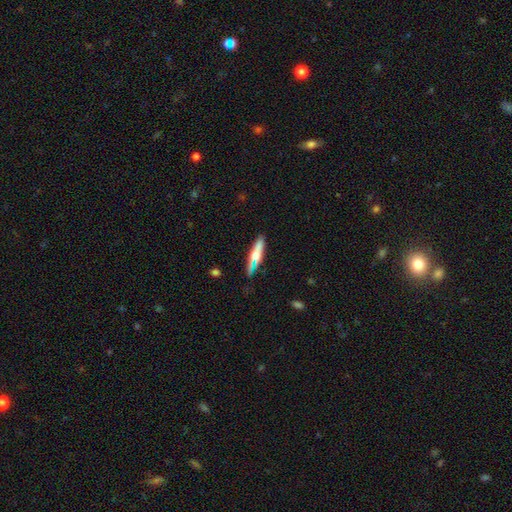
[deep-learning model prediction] Overall: smooth (47%; featured or disk 45%). Merging: none (80%).